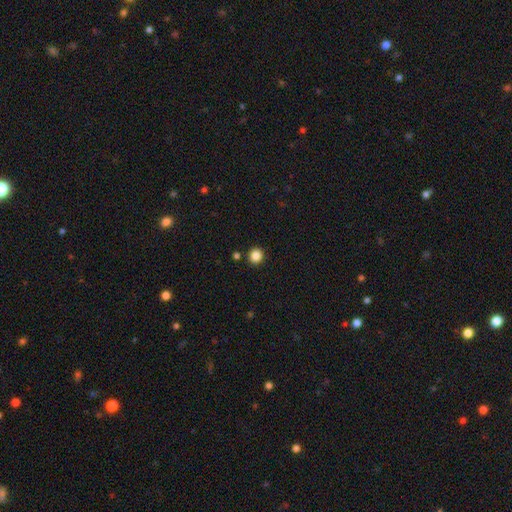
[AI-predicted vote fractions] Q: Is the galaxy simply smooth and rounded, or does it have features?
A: smooth — 85%.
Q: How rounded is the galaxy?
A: round — 90%.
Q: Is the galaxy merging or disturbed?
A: none — 90%.